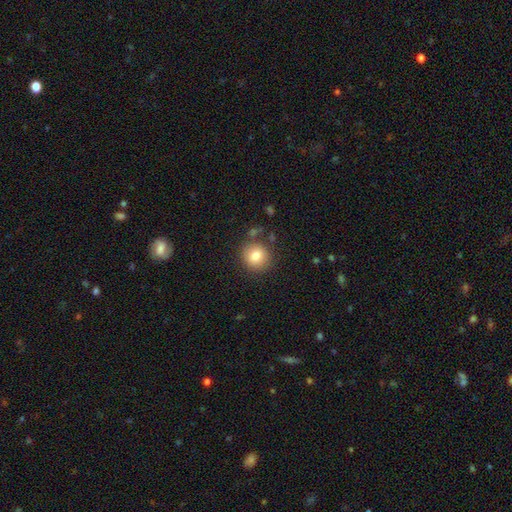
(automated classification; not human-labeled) A smooth galaxy with no disk features (79%) that is round (90%).

Vote fractions:
- Smooth or featured? smooth: 79% / featured or disk: 10% / star or artifact: 10%
- How rounded? round: 90% / in between: 9% / cigar-shaped: 1%
- Merging? none: 82% / minor disturbance: 10% / merger: 5% / major disturbance: 4%